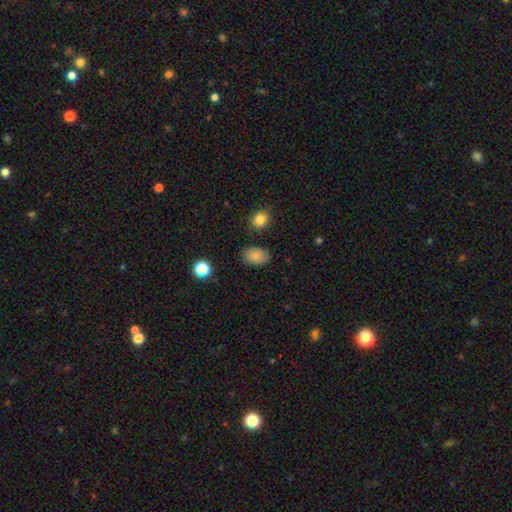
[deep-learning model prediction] Overall: smooth (83%). How rounded: in between (80%). Merging: none (82%).